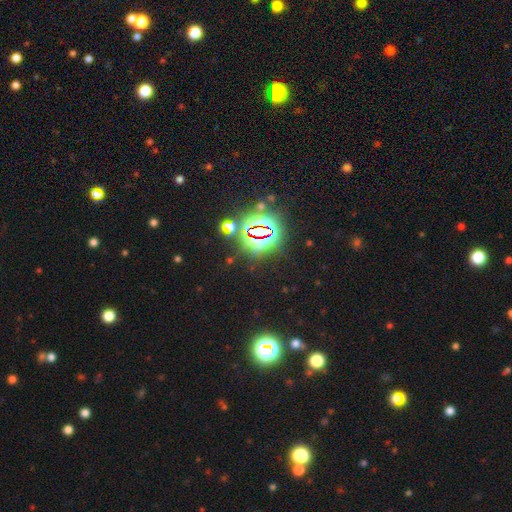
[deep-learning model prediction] Smooth or featured?
  - star or artifact: 83% *
  - smooth: 11%
  - featured or disk: 7%